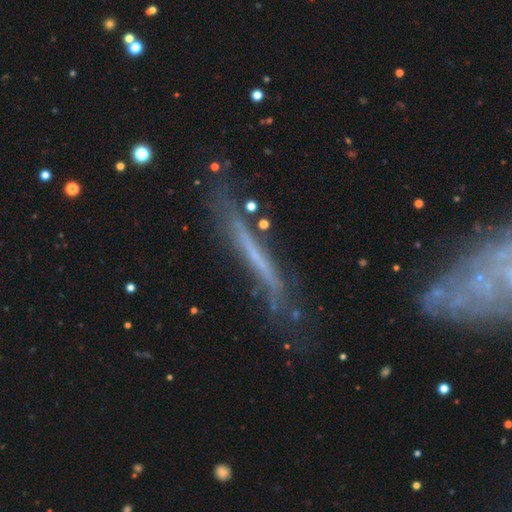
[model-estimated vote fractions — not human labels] Q: Smooth or featured?
A: featured or disk (60%); runner-up: smooth (29%)
Q: Edge-on disk?
A: yes (79%); runner-up: no (21%)
Q: Merging?
A: none (58%); runner-up: minor disturbance (23%)